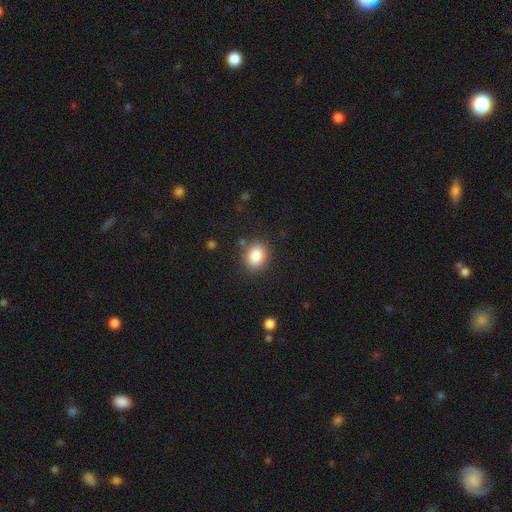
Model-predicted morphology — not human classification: This appears to be a smooth galaxy with no disk features (85%) that is round (56%). Merging: none (83%).